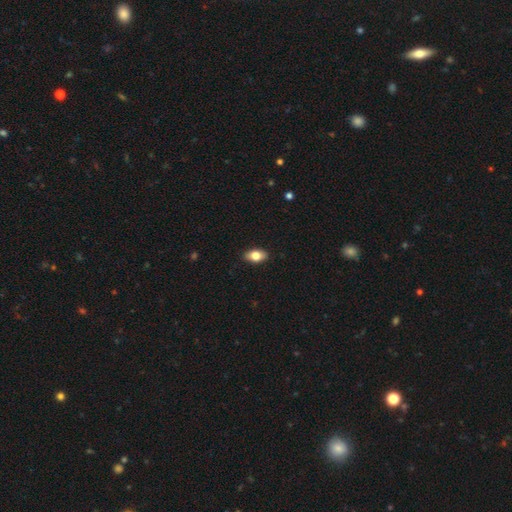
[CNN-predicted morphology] Smooth or featured?
  - smooth: 79% *
  - featured or disk: 13%
  - star or artifact: 7%
How rounded?
  - in between: 90% *
  - round: 7%
  - cigar-shaped: 3%
Merging?
  - none: 88% *
  - minor disturbance: 9%
  - major disturbance: 2%
  - merger: 1%